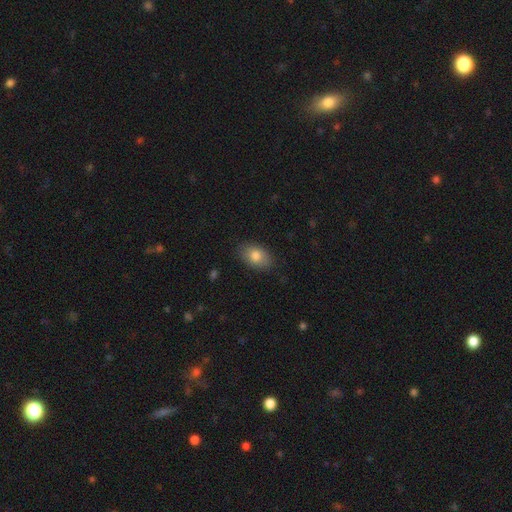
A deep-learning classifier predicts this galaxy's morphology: Smooth or featured? Predicted: smooth (p=0.81). How rounded? Predicted: in between (p=0.86). Merging? Predicted: none (p=0.84).